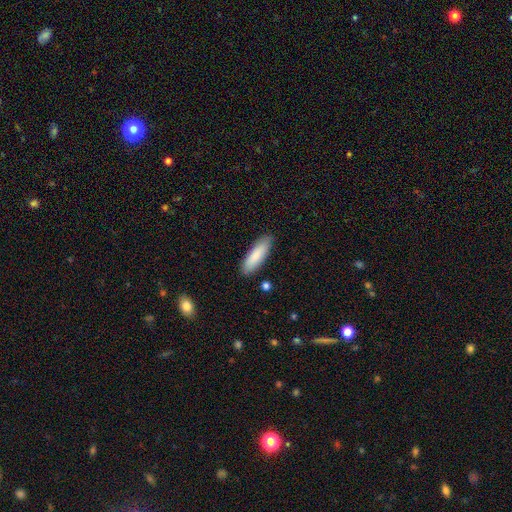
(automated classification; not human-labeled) The model was most divided on "how rounded": cigar-shaped: 50%, in between: 48%, round: 1%. More confident: merging — none (87%); smooth or featured — smooth (83%).